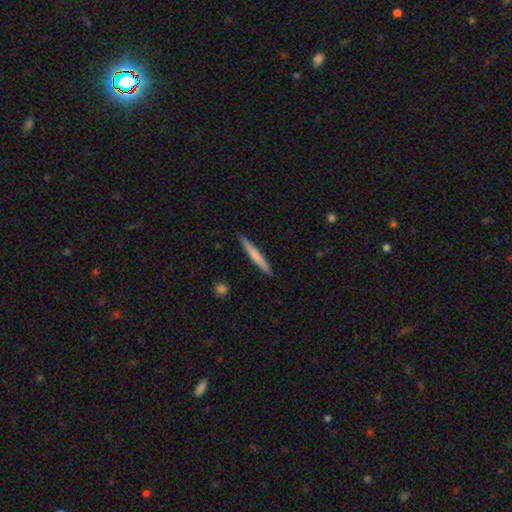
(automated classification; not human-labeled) smooth-or-featured: smooth: 67% | featured or disk: 27% | star or artifact: 6%
  how-rounded: cigar-shaped: 96% | in between: 2% | round: 1%
  merging: none: 91% | minor disturbance: 7% | major disturbance: 1% | merger: 1%